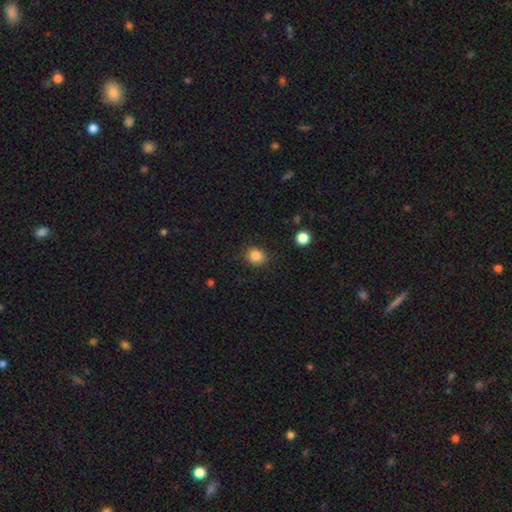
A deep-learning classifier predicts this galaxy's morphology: Q: Smooth or featured?
A: smooth (86%); runner-up: star or artifact (11%)
Q: How rounded?
A: round (77%); runner-up: in between (22%)
Q: Merging?
A: none (86%); runner-up: minor disturbance (10%)